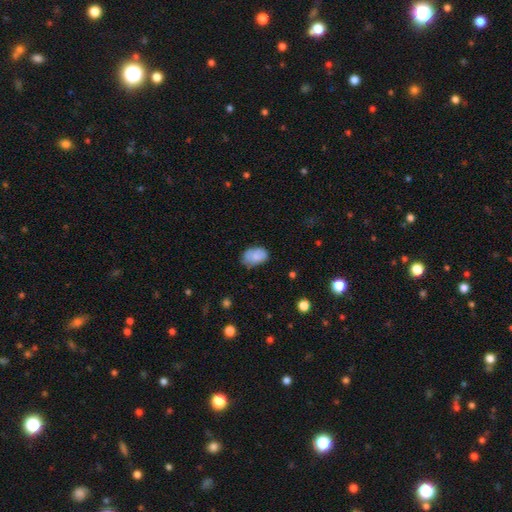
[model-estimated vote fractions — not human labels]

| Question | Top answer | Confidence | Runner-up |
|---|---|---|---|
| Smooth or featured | smooth | 78% | featured or disk (14%) |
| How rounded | in between | 87% | round (12%) |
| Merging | none | 60% | minor disturbance (30%) |